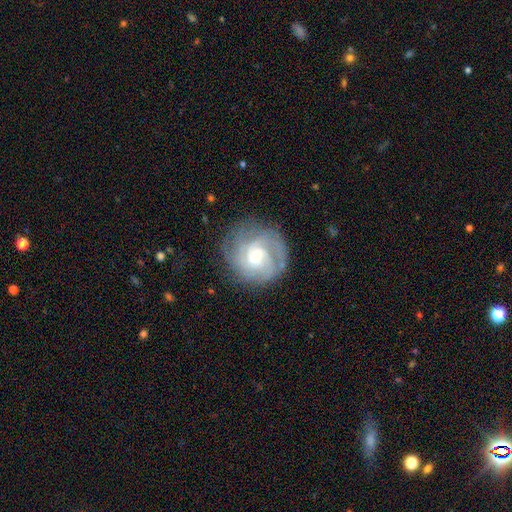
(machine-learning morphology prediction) Overall: featured or disk (83%). Edge-on disk: no (98%). Bar: no (50%; weak 42%). Spiral arms: yes (96%). Spiral arm count: can't tell (32%; 3 24%). Spiral winding: tight (65%; medium 28%). Bulge size: small (48%; moderate 46%). Merging: none (78%).